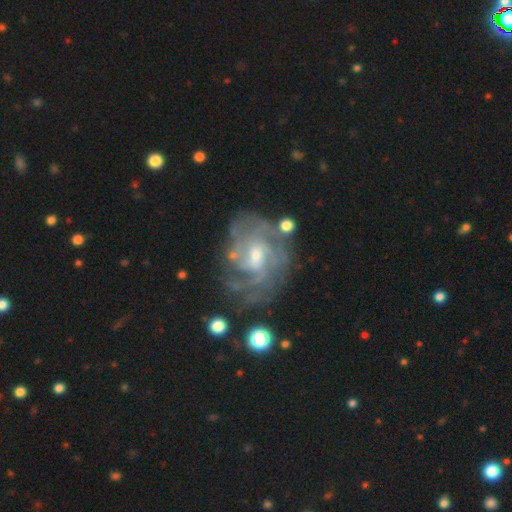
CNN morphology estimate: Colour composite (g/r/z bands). It shows a featured or disk galaxy (85%) with a weak bar (48%), tight (51%) spiral arms (91%) and a small central bulge (49%). Merging: none (63%).